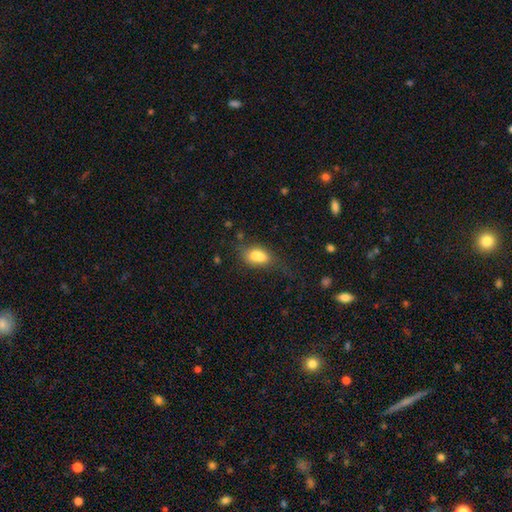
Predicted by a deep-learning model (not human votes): Morphology: type=smooth (73%); roundness=in between (80%); merging=none (34%).